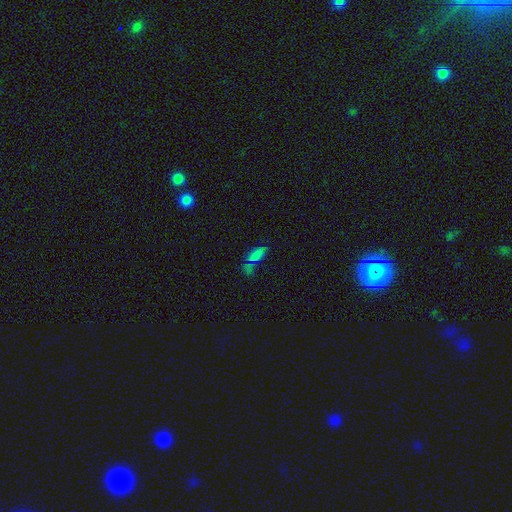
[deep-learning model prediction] Smooth or featured?
  - smooth: 64% *
  - star or artifact: 26%
  - featured or disk: 10%
How rounded?
  - in between: 76% *
  - cigar-shaped: 18%
  - round: 6%
Merging?
  - none: 48% *
  - merger: 23%
  - minor disturbance: 18%
  - major disturbance: 10%